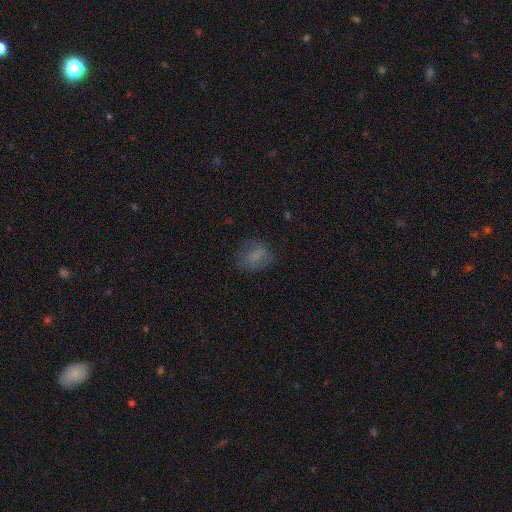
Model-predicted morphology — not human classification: Smooth or featured? Predicted: smooth (p=0.65). How rounded? Predicted: in between (p=0.62). Merging? Predicted: none (p=0.65).